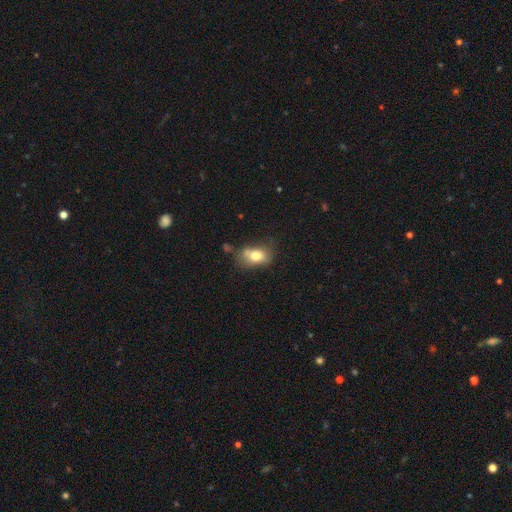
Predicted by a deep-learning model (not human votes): A smooth galaxy with no disk features (75%) that is in between round and cigar-shaped (81%).

Vote fractions:
- Smooth or featured? smooth: 75% / featured or disk: 16% / star or artifact: 9%
- How rounded? in between: 81% / round: 17% / cigar-shaped: 2%
- Merging? none: 47% / minor disturbance: 30% / major disturbance: 12% / merger: 11%